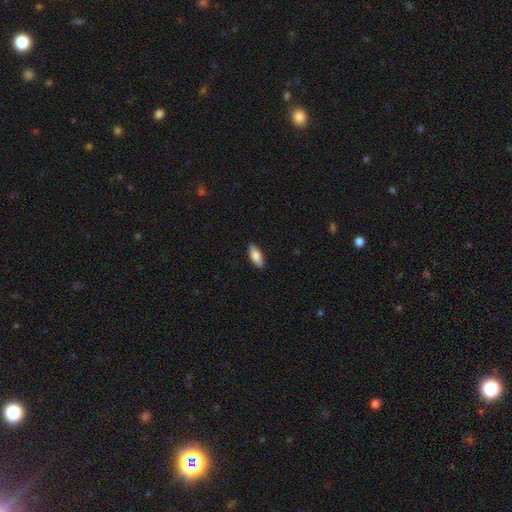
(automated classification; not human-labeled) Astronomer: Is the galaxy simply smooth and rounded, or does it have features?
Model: smooth — 82%.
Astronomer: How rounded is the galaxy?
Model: in between — 79%.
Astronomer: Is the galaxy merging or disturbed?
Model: none — 88%.